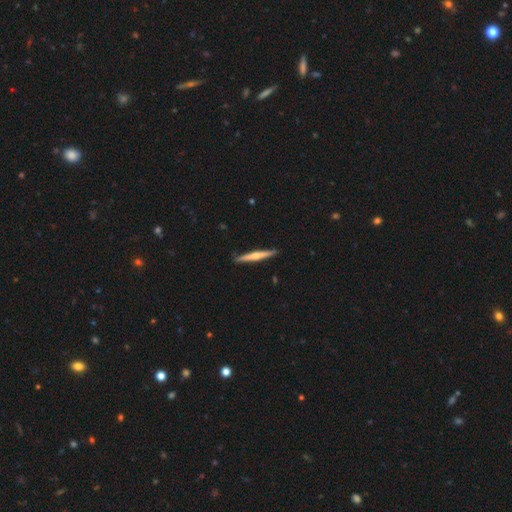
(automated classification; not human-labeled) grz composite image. It shows a featured or disk galaxy (61%) viewed edge-on (98%) with a rounded central bulge (78%). Merging: none (90%).